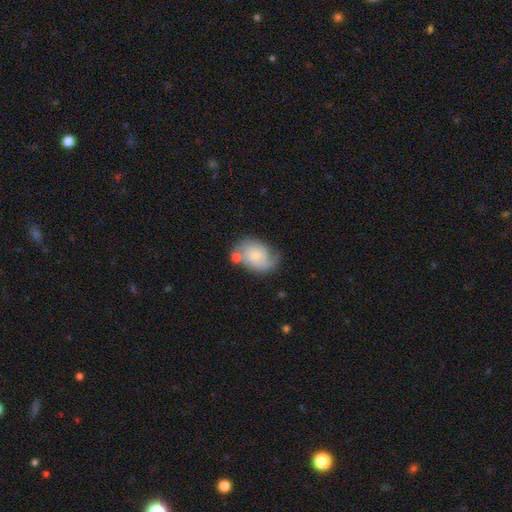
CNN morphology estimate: smooth-or-featured: featured or disk: 55% | smooth: 37% | star or artifact: 7%
  disk-edge-on: no: 97% | yes: 3%
    bar: no: 74% | weak: 23% | strong: 3%
    has-spiral-arms: yes: 87% | no: 13%
    bulge-size: small: 65% | moderate: 20% | none: 10% | large: 3% | dominant: 2%
  merging: none: 52% | minor disturbance: 24% | merger: 13% | major disturbance: 11%